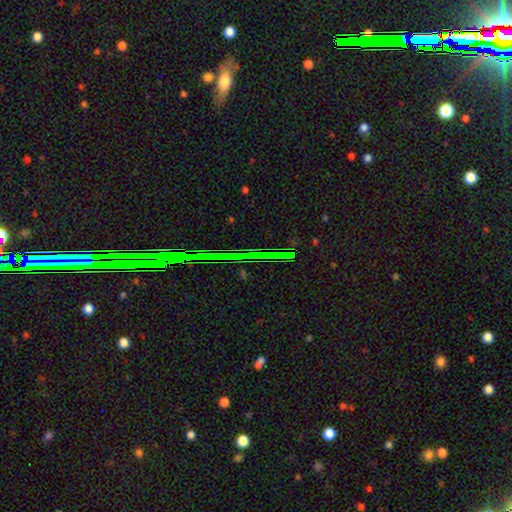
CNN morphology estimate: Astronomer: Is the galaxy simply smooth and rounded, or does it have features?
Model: star or artifact — 83%.